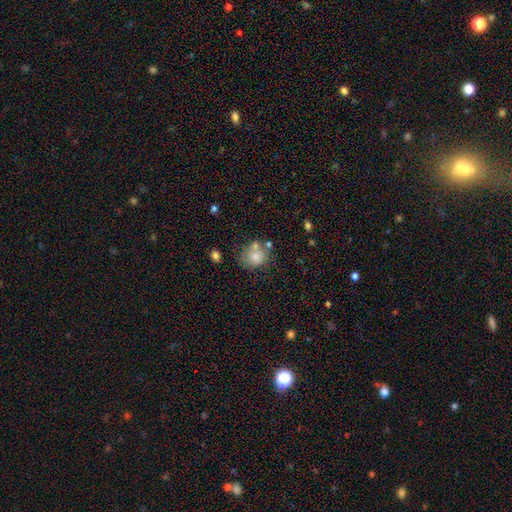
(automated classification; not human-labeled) Overall: smooth (75%). How rounded: round (75%). Merging: none (50%; merger 22%).